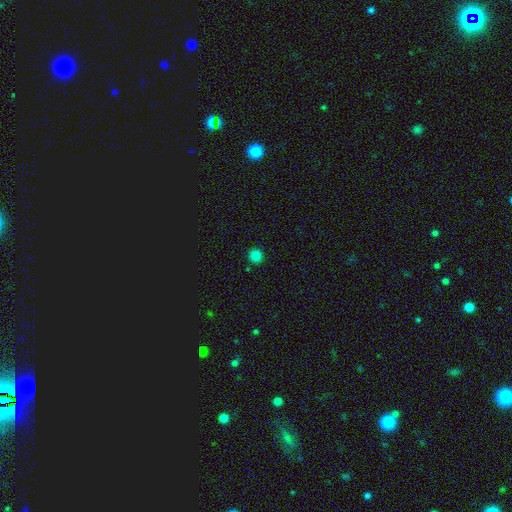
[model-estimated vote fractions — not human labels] A smooth galaxy with no disk features (83%) that is round (94%).

Vote fractions:
- Smooth or featured? smooth: 83% / star or artifact: 13% / featured or disk: 4%
- How rounded? round: 94% / in between: 6% / cigar-shaped: 1%
- Merging? none: 91% / minor disturbance: 5% / merger: 2% / major disturbance: 2%